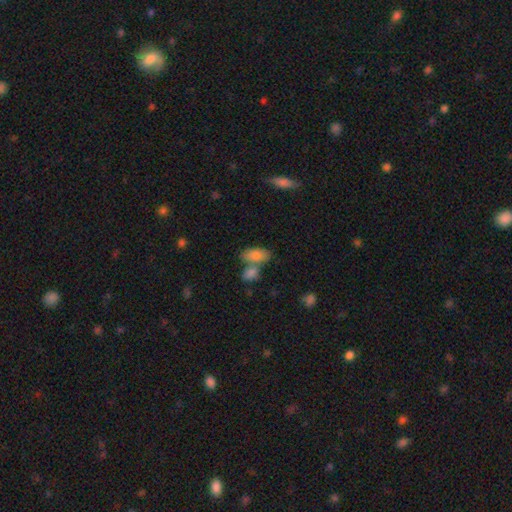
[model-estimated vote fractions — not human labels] Smooth or featured? smooth (82%)
How rounded? in between (91%)
Merging? none (44%)